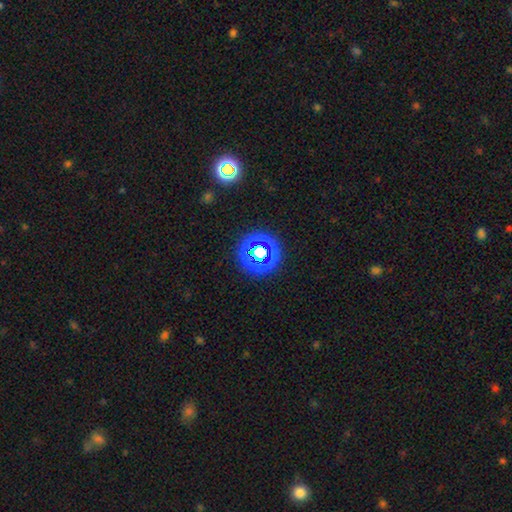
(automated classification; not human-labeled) star or artifact 64%, smooth 26%, featured or disk 10%.